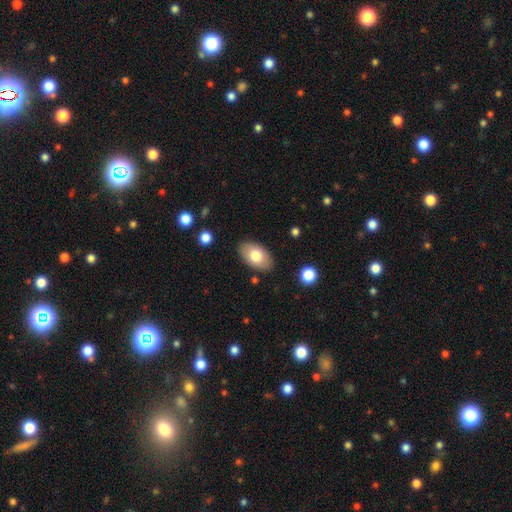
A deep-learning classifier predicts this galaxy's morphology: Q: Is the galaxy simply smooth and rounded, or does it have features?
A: smooth — 75%.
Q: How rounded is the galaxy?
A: in between — 93%.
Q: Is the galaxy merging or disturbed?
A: none — 85%.